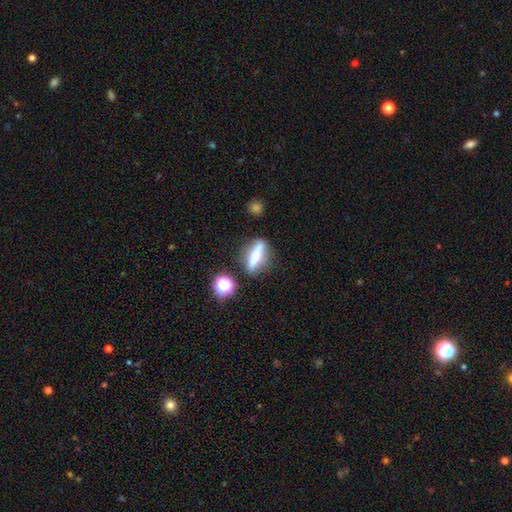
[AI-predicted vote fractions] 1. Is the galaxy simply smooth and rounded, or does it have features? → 52% smooth, 37% featured or disk, 11% star or artifact.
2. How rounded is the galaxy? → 69% cigar-shaped, 26% in between, 6% round.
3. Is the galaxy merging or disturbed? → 75% none, 14% minor disturbance, 6% merger, 6% major disturbance.